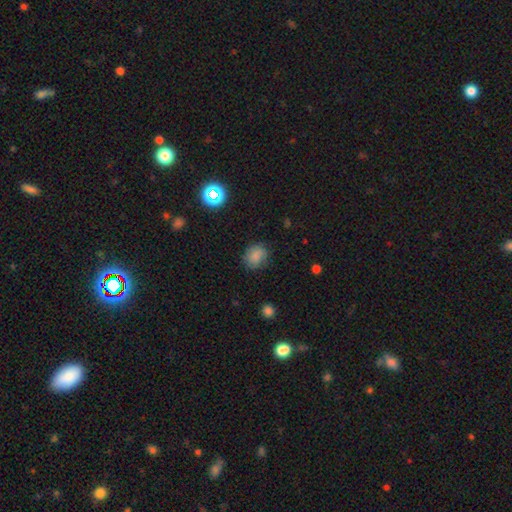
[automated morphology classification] smooth 82%, star or artifact 12%, featured or disk 7%. Down the decision tree: how rounded — round (62%); merging — none (78%).